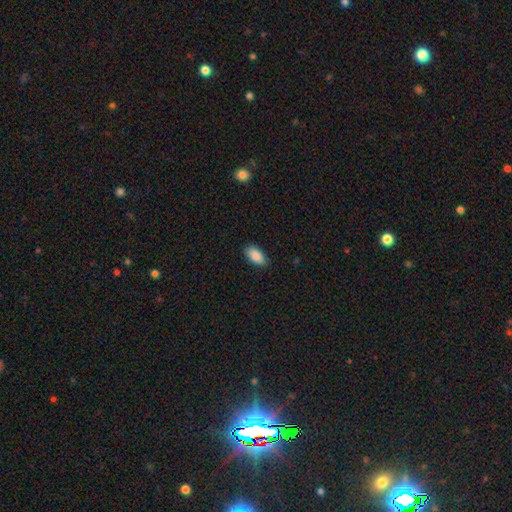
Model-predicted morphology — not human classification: This appears to be a smooth galaxy with no disk features (89%) that is in between round and cigar-shaped (93%). Merging: none (86%).